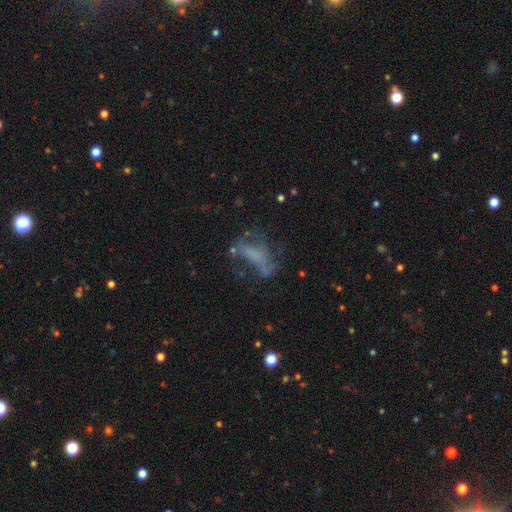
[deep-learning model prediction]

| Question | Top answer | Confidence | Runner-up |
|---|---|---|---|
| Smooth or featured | featured or disk | 51% | smooth (29%) |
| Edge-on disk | no | 91% | yes (9%) |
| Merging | major disturbance | 38% | none (37%) |